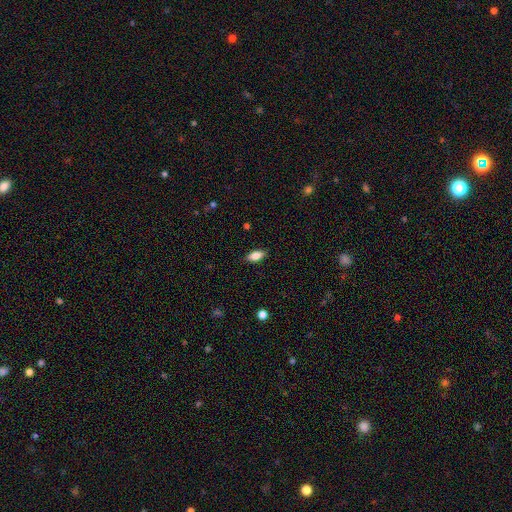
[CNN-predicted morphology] smooth 82%, featured or disk 10%, star or artifact 7%. Down the decision tree: how rounded — in between (86%); merging — none (88%).